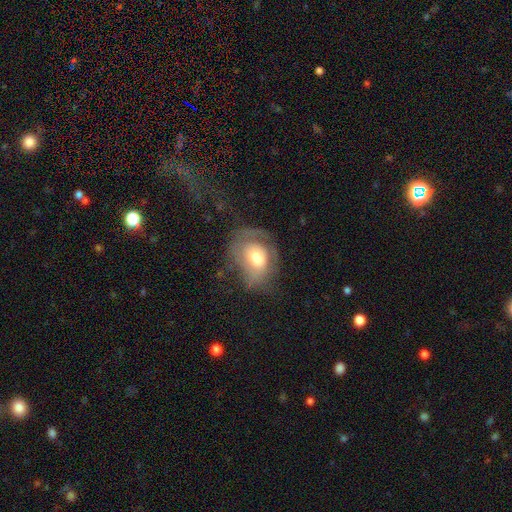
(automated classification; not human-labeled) Morphology: type=smooth (50%); merging=none (39%).